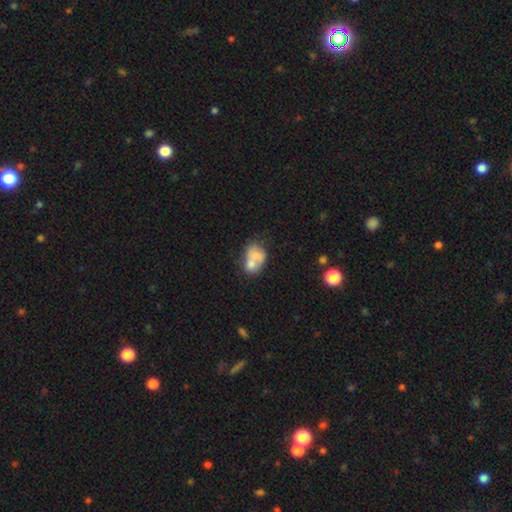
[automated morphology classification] Q: Smooth or featured?
A: smooth (65%); runner-up: featured or disk (27%)
Q: How rounded?
A: in between (64%); runner-up: round (34%)
Q: Merging?
A: merger (69%); runner-up: none (18%)